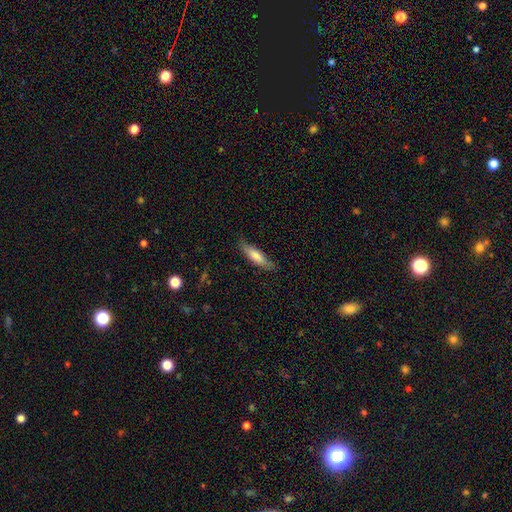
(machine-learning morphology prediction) type=smooth (69%); roundness=cigar-shaped (69%); merging=none (78%).